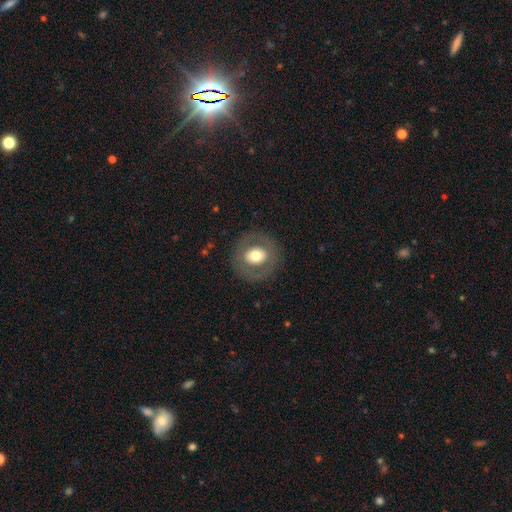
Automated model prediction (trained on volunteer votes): Q: Smooth or featured?
A: smooth (57%); runner-up: featured or disk (35%)
Q: How rounded?
A: round (81%); runner-up: in between (18%)
Q: Merging?
A: none (84%); runner-up: minor disturbance (9%)